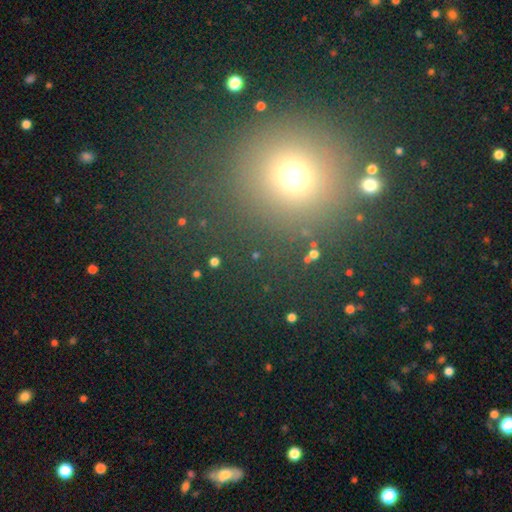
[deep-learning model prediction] Smooth or featured?
  - smooth: 58% *
  - star or artifact: 35%
  - featured or disk: 7%
How rounded?
  - round: 91% *
  - in between: 7%
  - cigar-shaped: 1%
Merging?
  - none: 85% *
  - minor disturbance: 7%
  - major disturbance: 4%
  - merger: 4%